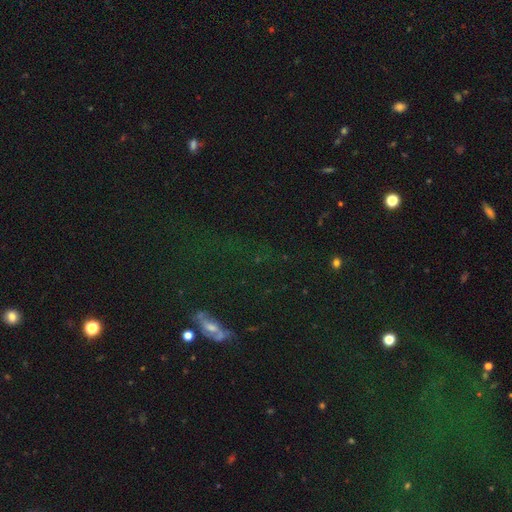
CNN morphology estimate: Smooth or featured? star or artifact (56%)